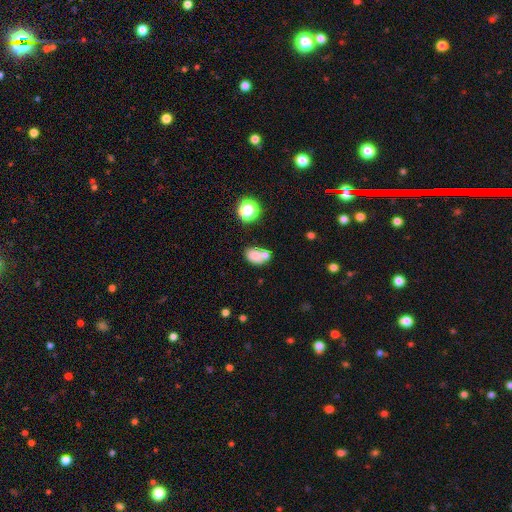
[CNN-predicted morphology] Overall: smooth (76%). How rounded: in between (77%). Merging: none (46%; merger 32%).